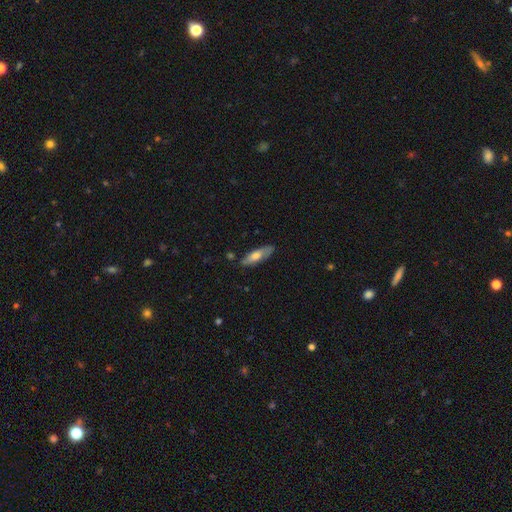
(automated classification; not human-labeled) The model was most divided on "how rounded" (2-way tie): in between: 49%, cigar-shaped: 49%, round: 2%. More confident: merging — none (77%); smooth or featured — smooth (62%).